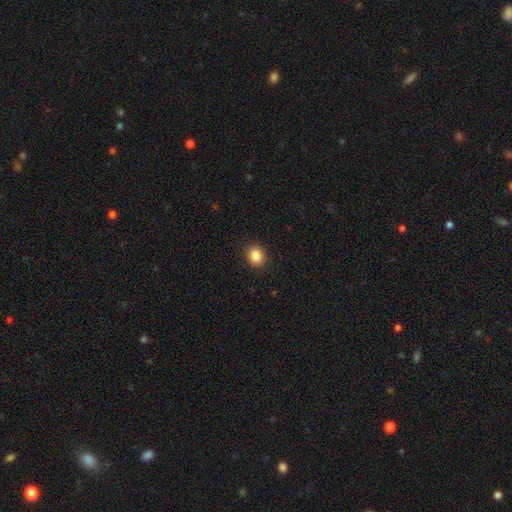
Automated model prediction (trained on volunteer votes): This appears to be a smooth galaxy with no disk features (86%) that is round (71%). Merging: none (91%).